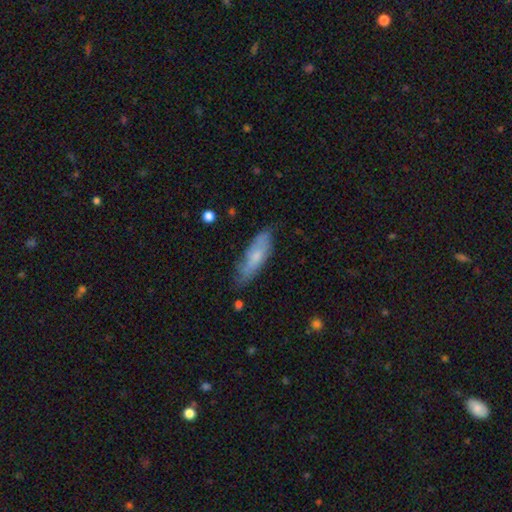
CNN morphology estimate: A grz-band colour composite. It shows a smooth galaxy with no disk features (63%) that is cigar-shaped (52%). Merging: none (69%).